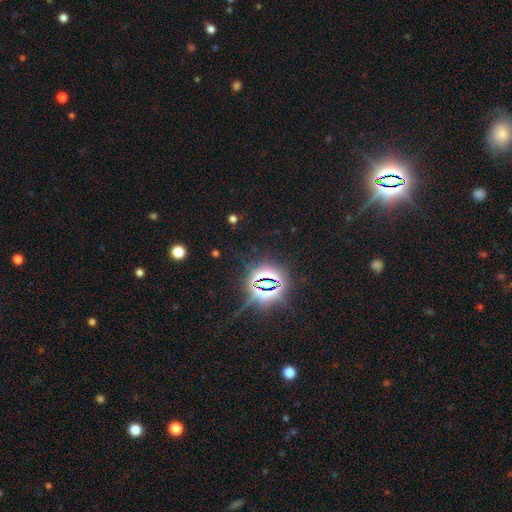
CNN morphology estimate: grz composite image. It shows a star or artifact, not a galaxy (82%).